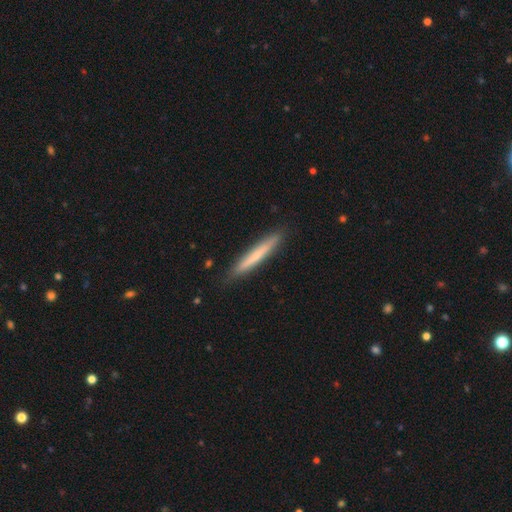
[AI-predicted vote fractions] Smooth or featured? smooth (60%)
How rounded? cigar-shaped (96%)
Merging? none (88%)